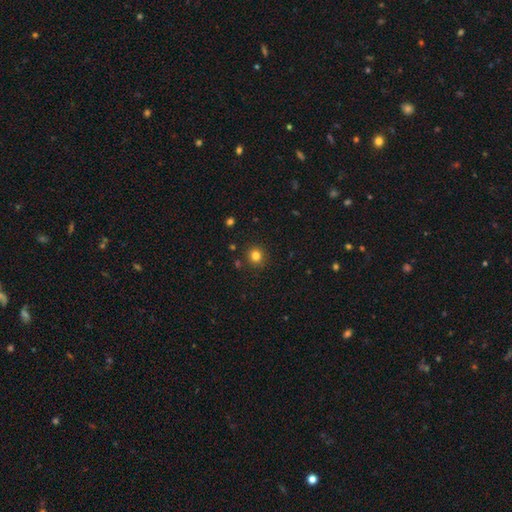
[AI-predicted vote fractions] smooth-or-featured: smooth: 81% | star or artifact: 14% | featured or disk: 5%
  how-rounded: round: 91% | in between: 8% | cigar-shaped: 1%
  merging: none: 89% | minor disturbance: 7% | merger: 2% | major disturbance: 2%